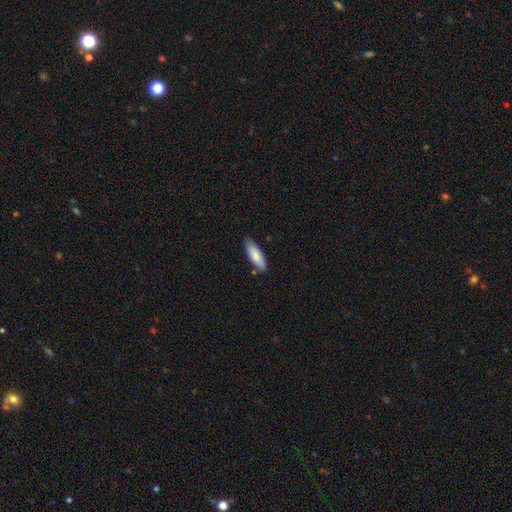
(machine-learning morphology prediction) Q: Smooth or featured?
A: smooth (83%); runner-up: featured or disk (12%)
Q: How rounded?
A: in between (67%); runner-up: cigar-shaped (31%)
Q: Merging?
A: none (81%); runner-up: minor disturbance (15%)